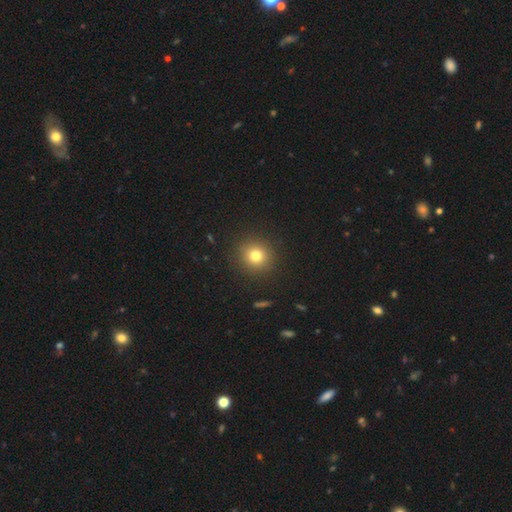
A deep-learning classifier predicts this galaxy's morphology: smooth-or-featured: smooth: 78% | star or artifact: 14% | featured or disk: 8%
  how-rounded: round: 91% | in between: 8% | cigar-shaped: 1%
  merging: none: 91% | minor disturbance: 6% | major disturbance: 2% | merger: 1%